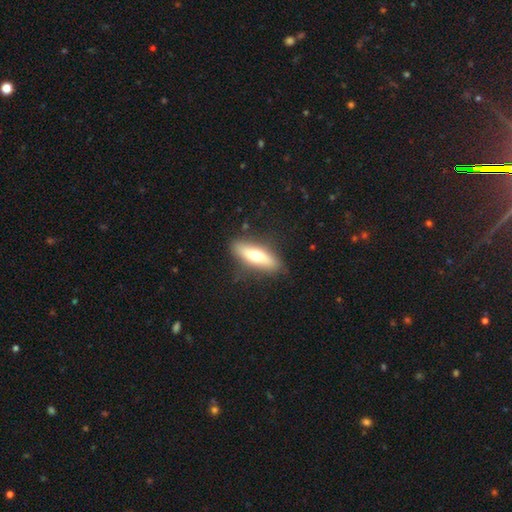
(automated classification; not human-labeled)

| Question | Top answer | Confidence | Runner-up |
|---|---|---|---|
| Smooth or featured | smooth | 59% | featured or disk (35%) |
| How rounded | cigar-shaped | 55% | in between (43%) |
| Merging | none | 84% | minor disturbance (12%) |